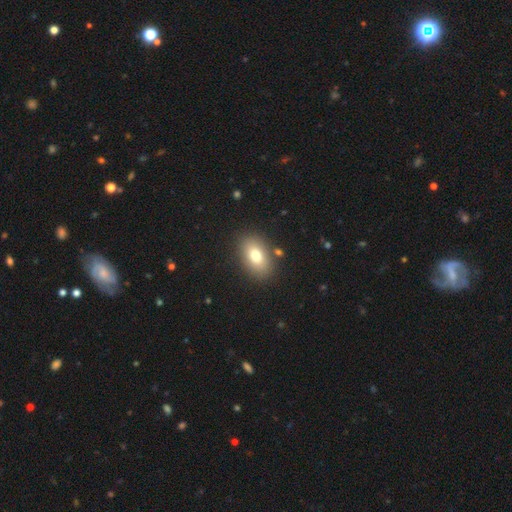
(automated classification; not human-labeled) Smooth or featured: smooth — 76% (featured or disk — 14%)
How rounded: in between — 87% (round — 11%)
Merging: none — 85% (minor disturbance — 9%)